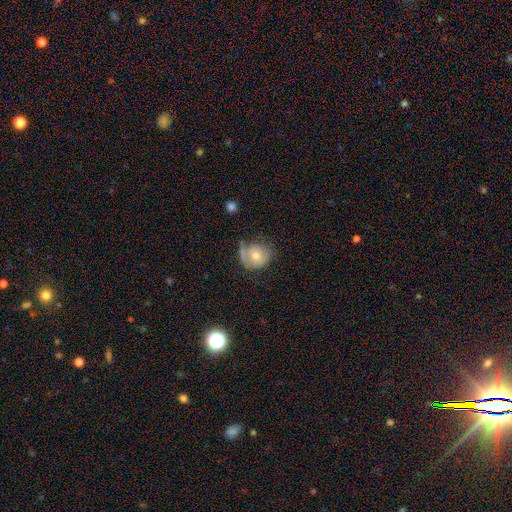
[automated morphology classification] Smooth or featured?
  - smooth: 61% *
  - featured or disk: 31%
  - star or artifact: 8%
How rounded?
  - round: 78% *
  - in between: 21%
  - cigar-shaped: 1%
Merging?
  - none: 48% *
  - minor disturbance: 29%
  - major disturbance: 16%
  - merger: 8%